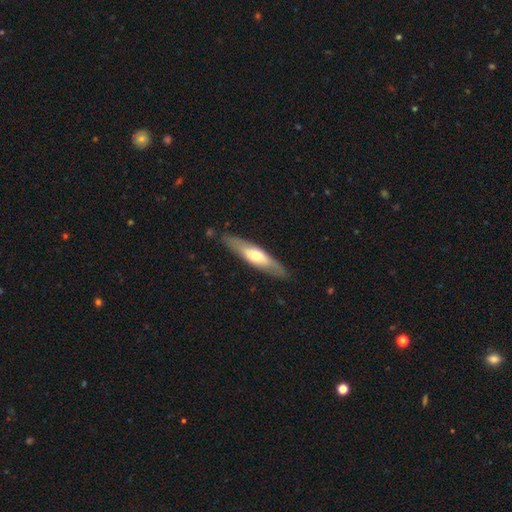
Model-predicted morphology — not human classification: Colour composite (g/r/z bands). It shows a featured or disk galaxy (49%). Merging: none (85%).